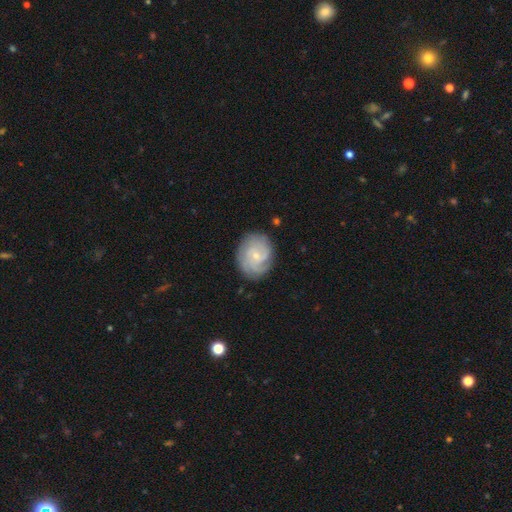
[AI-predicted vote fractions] Morphology: type=featured or disk (74%); edge-on=no (98%); bar=no (67%); spiral arms=yes (94%); winding=tight (59%); arm count=can't tell (31%); bulge=small (75%); merging=none (78%).